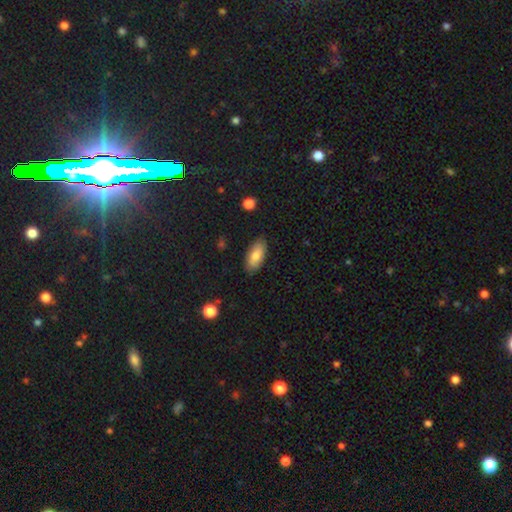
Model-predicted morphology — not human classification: Smooth or featured? smooth (80%)
How rounded? in between (87%)
Merging? none (85%)